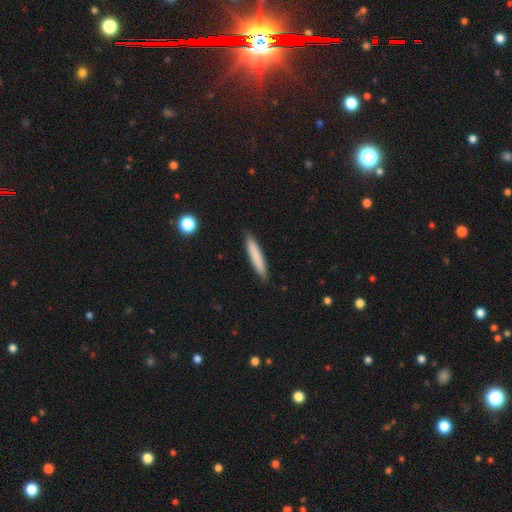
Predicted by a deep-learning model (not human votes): This appears to be a smooth galaxy with no disk features (80%) that is cigar-shaped (92%). Merging: none (89%).